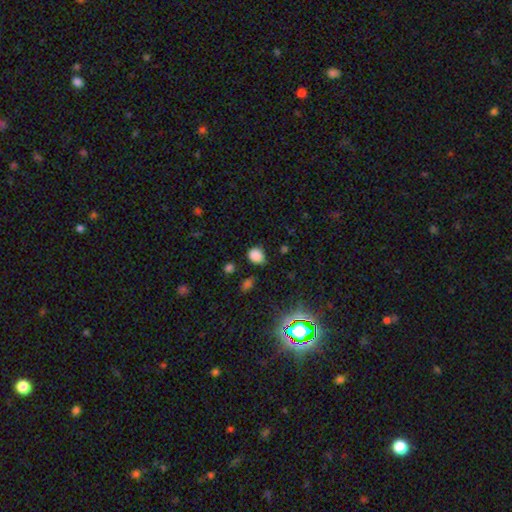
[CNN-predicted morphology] A smooth galaxy with no disk features (82%) that is round (57%).

Vote fractions:
- Smooth or featured? smooth: 82% / star or artifact: 14% / featured or disk: 4%
- How rounded? round: 57% / in between: 42% / cigar-shaped: 1%
- Merging? none: 77% / minor disturbance: 17% / major disturbance: 4% / merger: 3%